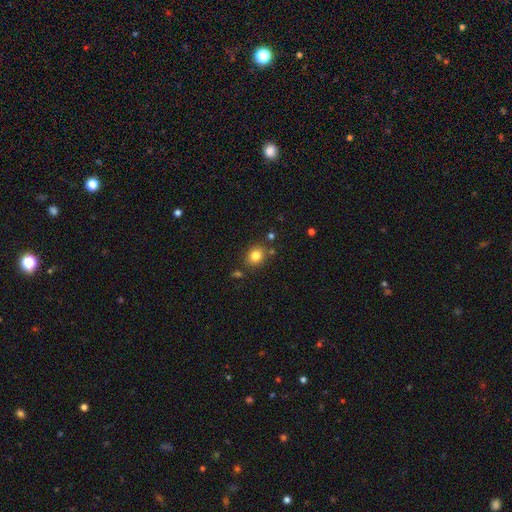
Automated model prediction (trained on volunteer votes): The model was most divided on "how rounded": round: 66%, in between: 33%, cigar-shaped: 1%. More confident: smooth or featured — smooth (82%); merging — none (79%).